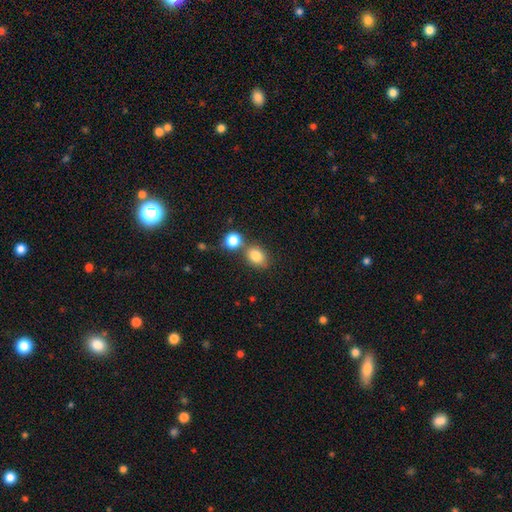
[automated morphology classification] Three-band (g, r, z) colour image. It shows a smooth galaxy with no disk features (82%) that is in between round and cigar-shaped (55%). Merging: none (57%).